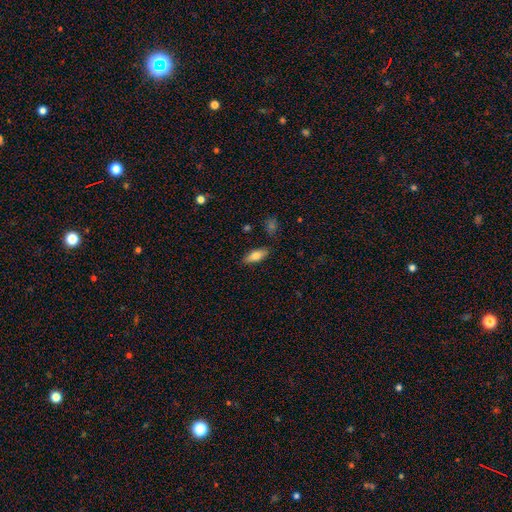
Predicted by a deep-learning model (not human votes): Q: Smooth or featured?
A: smooth (75%); runner-up: featured or disk (18%)
Q: How rounded?
A: in between (77%); runner-up: cigar-shaped (20%)
Q: Merging?
A: none (85%); runner-up: minor disturbance (11%)